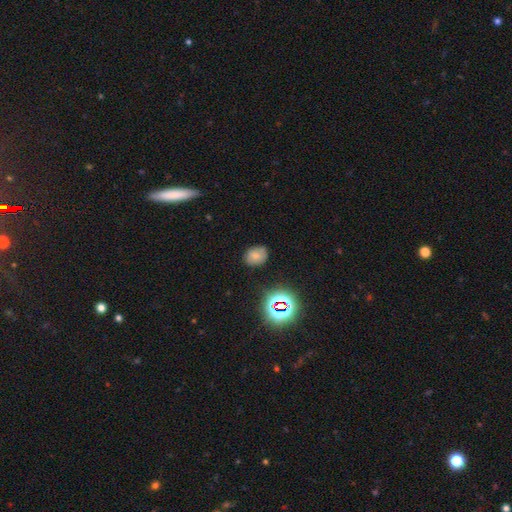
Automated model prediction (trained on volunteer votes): Smooth or featured?
  - smooth: 68% *
  - star or artifact: 18%
  - featured or disk: 14%
How rounded?
  - in between: 56% *
  - round: 43%
  - cigar-shaped: 1%
Merging?
  - none: 80% *
  - minor disturbance: 14%
  - major disturbance: 3%
  - merger: 2%